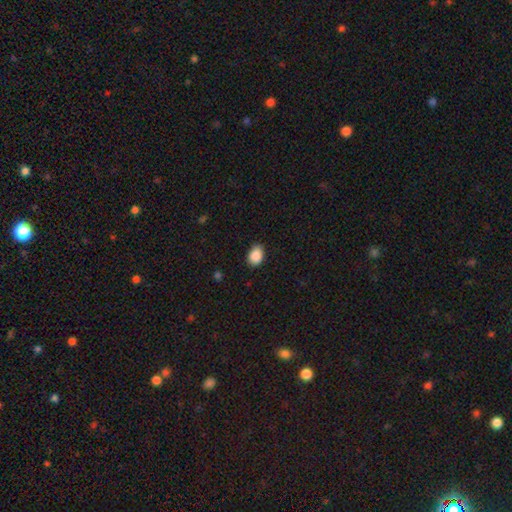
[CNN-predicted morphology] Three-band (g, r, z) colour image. It shows a smooth galaxy with no disk features (89%) that is in between round and cigar-shaped (76%). Merging: none (83%).